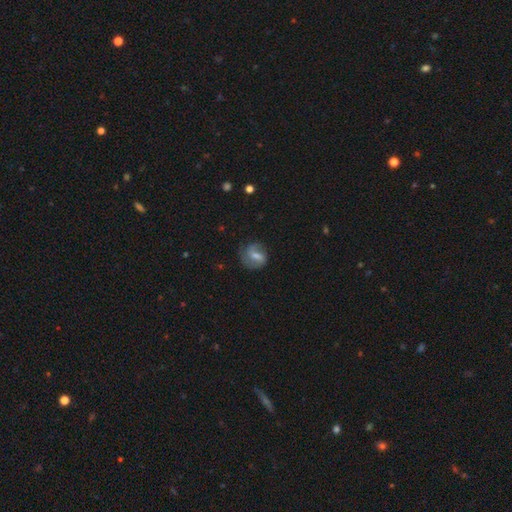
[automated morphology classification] Smooth or featured?
  - featured or disk: 49% *
  - smooth: 42%
  - star or artifact: 8%
Merging?
  - none: 63% *
  - minor disturbance: 22%
  - major disturbance: 12%
  - merger: 2%